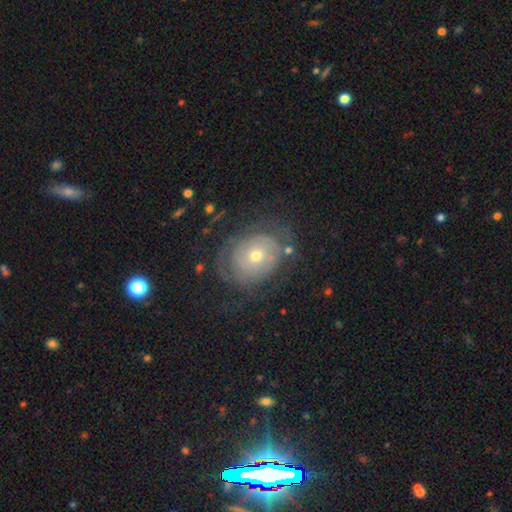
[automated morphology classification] Q: Smooth or featured?
A: featured or disk (67%); runner-up: smooth (25%)
Q: Edge-on disk?
A: no (96%); runner-up: yes (4%)
Q: Bar?
A: no (84%); runner-up: weak (12%)
Q: Spiral arms?
A: yes (69%); runner-up: no (31%)
Q: Bulge size?
A: small (50%); runner-up: moderate (45%)
Q: Merging?
A: none (65%); runner-up: minor disturbance (19%)